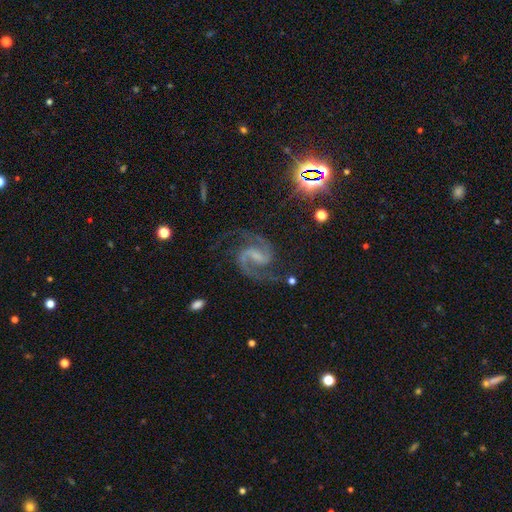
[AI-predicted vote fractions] Overall: featured or disk (92%). Edge-on disk: no (98%). Bar: weak (49%; strong 31%). Spiral arms: yes (99%). Spiral arm count: 2 (94%). Spiral winding: medium (67%). Bulge size: small (44%; none 33%). Merging: none (77%).